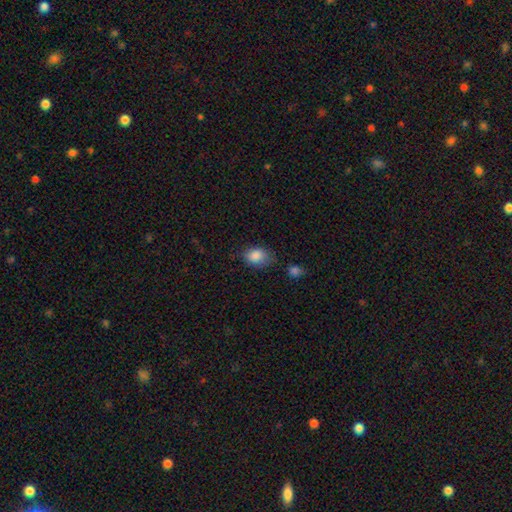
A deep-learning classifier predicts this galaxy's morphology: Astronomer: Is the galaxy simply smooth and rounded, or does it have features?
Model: smooth — 86%.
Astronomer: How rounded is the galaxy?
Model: in between — 75%.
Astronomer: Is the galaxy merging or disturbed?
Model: none — 66%.